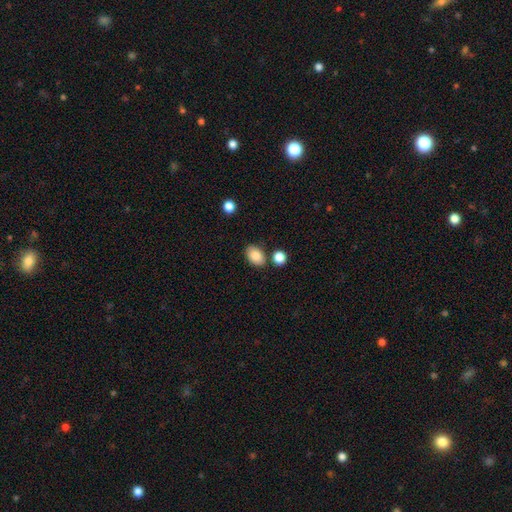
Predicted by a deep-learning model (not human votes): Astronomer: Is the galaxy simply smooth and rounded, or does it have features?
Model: smooth — 85%.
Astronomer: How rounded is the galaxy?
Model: in between — 85%.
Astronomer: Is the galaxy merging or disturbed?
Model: none — 79%.